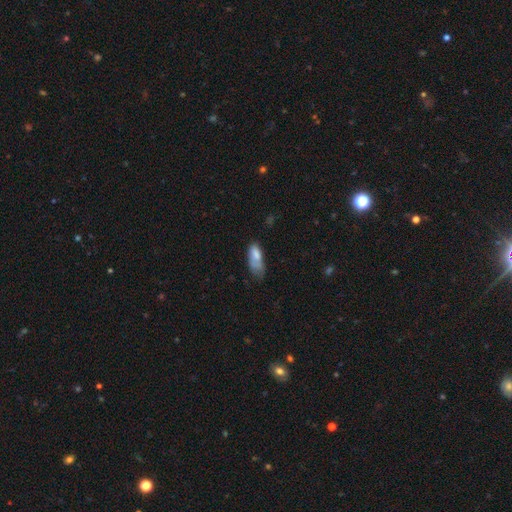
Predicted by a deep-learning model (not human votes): smooth 75%, featured or disk 17%, star or artifact 8%. Down the decision tree: how rounded — in between (79%); merging — minor disturbance (37%).